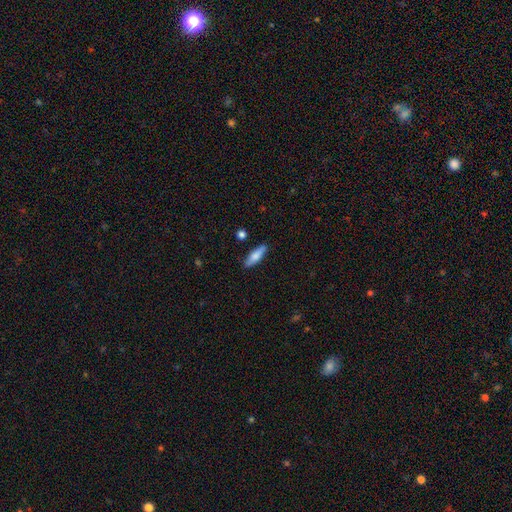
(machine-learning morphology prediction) The model was most divided on "how rounded": cigar-shaped: 62%, in between: 35%, round: 2%. More confident: merging — none (86%); smooth or featured — smooth (71%).